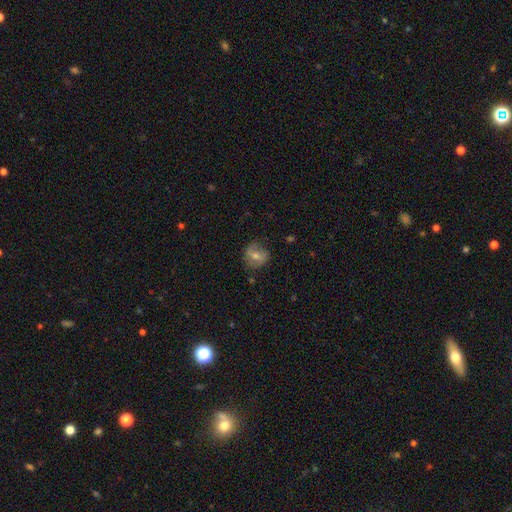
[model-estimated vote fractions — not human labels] Overall: featured or disk (47%; smooth 41%). Merging: none (73%).